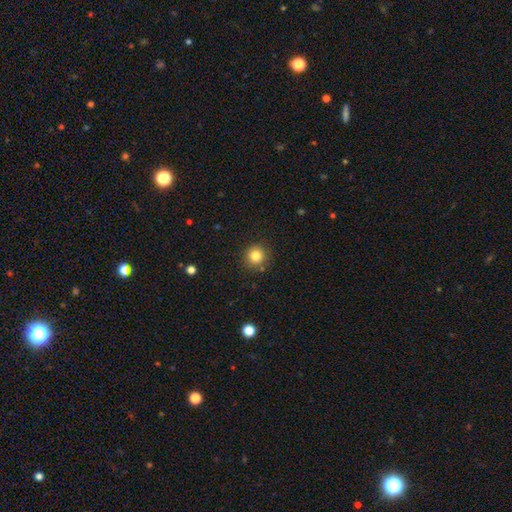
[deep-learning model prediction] Q: Smooth or featured?
A: smooth (82%); runner-up: star or artifact (12%)
Q: How rounded?
A: round (94%); runner-up: in between (5%)
Q: Merging?
A: none (88%); runner-up: minor disturbance (8%)